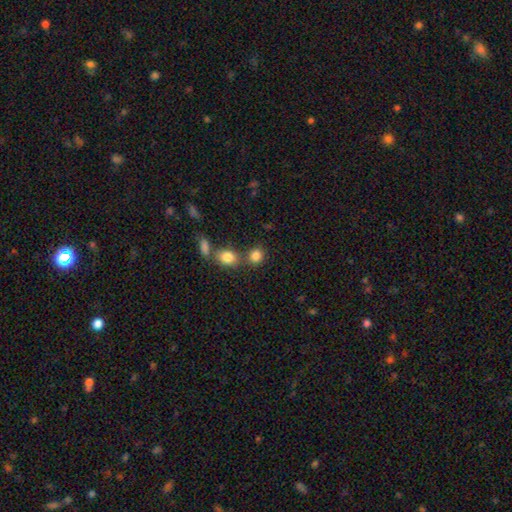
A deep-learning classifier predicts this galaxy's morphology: This is clearly a smooth galaxy (84%). How rounded: likely round (73%). Merging: possibly none (59%).